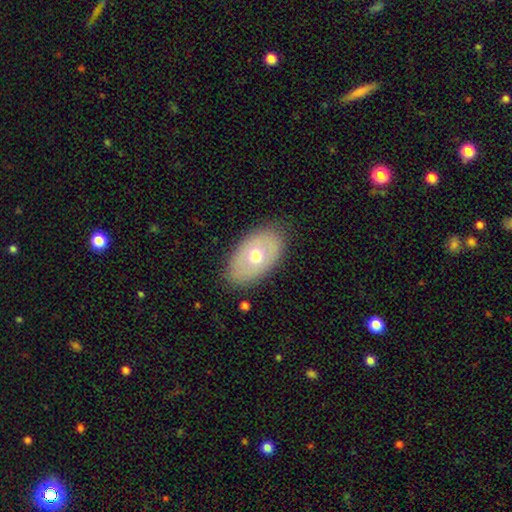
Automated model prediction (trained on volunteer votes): This is possibly a smooth galaxy (57%). How rounded: clearly in between (90%). Merging: clearly none (82%).